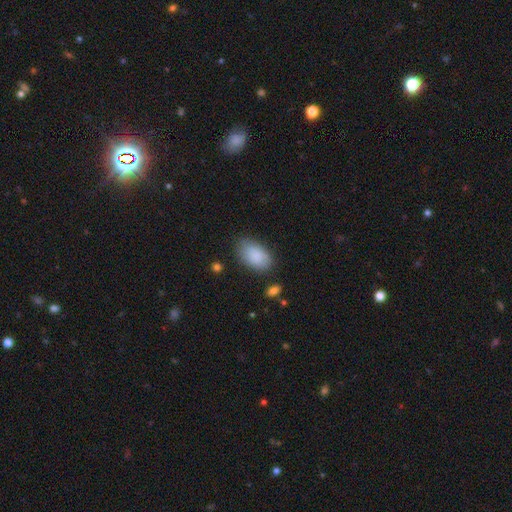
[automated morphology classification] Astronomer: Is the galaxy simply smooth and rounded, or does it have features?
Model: smooth — 87%.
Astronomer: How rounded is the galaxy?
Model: in between — 93%.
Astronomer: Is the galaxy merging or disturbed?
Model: none — 75%.